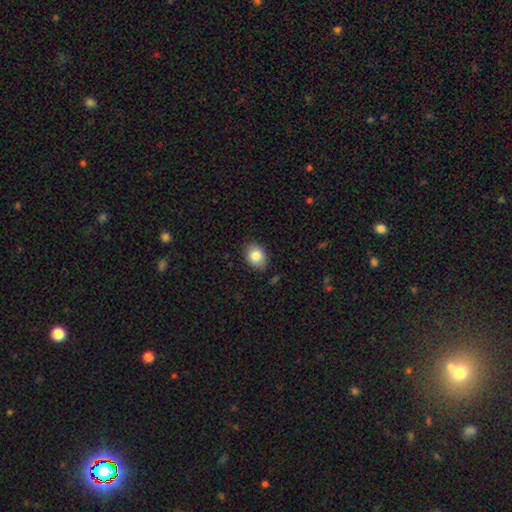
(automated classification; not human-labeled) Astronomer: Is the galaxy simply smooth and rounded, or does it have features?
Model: smooth — 83%.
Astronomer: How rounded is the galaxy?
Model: in between — 60% (runner-up: round, 39%).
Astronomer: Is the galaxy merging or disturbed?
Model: none — 85%.